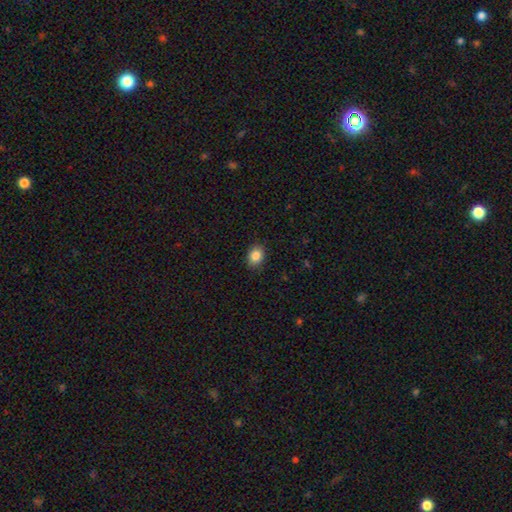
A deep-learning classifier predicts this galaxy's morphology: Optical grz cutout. It shows a smooth galaxy with no disk features (86%) that is in between round and cigar-shaped (57%). Merging: none (89%).